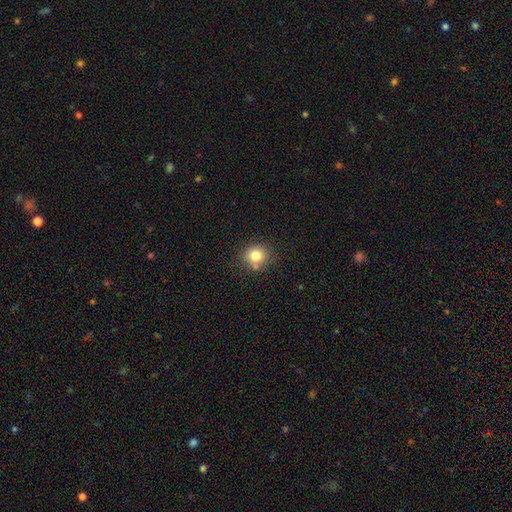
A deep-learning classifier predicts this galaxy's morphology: A smooth galaxy with no disk features (79%) that is round (84%). Merging: none (75%).